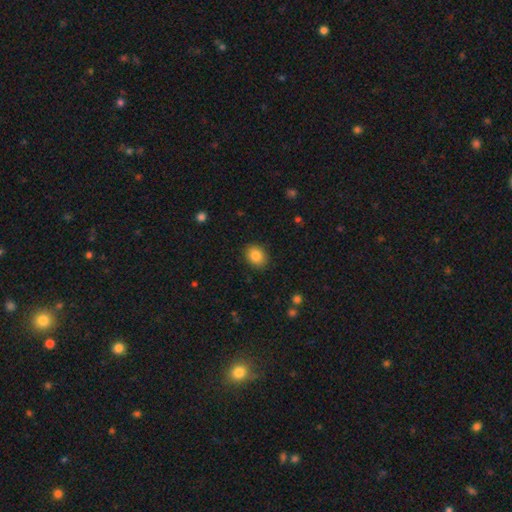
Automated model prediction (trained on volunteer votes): This appears to be a smooth galaxy with no disk features (85%) that is in between round and cigar-shaped (53%). Merging: none (88%).